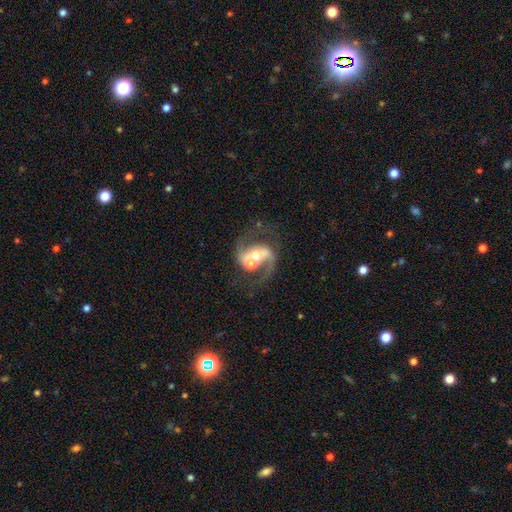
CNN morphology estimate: smooth_or_featured: featured or disk (p=0.85) [alt: smooth p=0.09]
disk_edge_on: no (p=0.97) [alt: yes p=0.03]
bar: no (p=0.39) [alt: weak p=0.33]
has_spiral_arms: yes (p=0.93) [alt: no p=0.07]
spiral_winding: medium (p=0.47) [alt: loose p=0.45]
spiral_arm_count: 2 (p=0.90) [alt: 1 p=0.04]
bulge_size: moderate (p=0.62) [alt: small p=0.22]
merging: none (p=0.44) [alt: merger p=0.35]